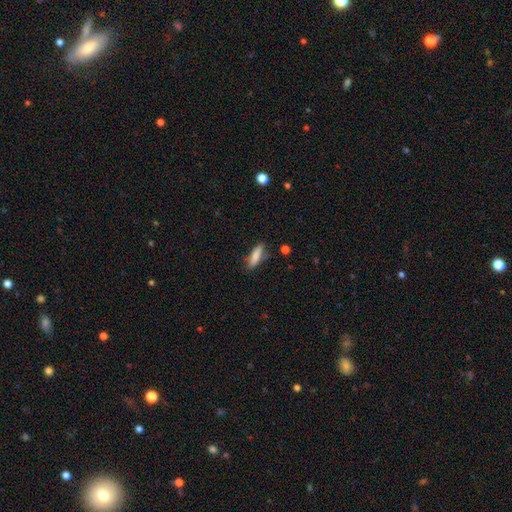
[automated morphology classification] This appears to be a smooth galaxy with no disk features (81%) that is cigar-shaped (59%). Merging: none (72%).